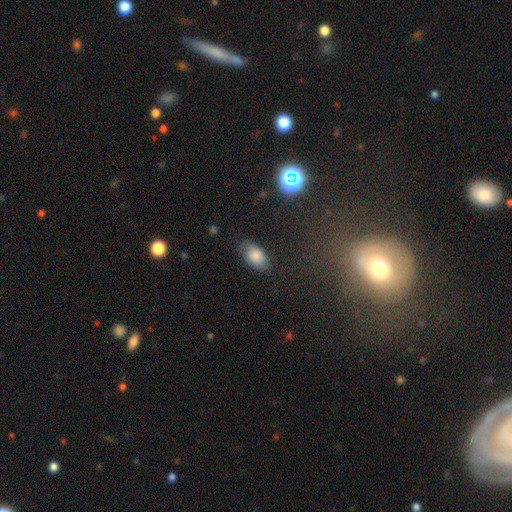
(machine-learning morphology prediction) smooth-or-featured: smooth: 84% | star or artifact: 8% | featured or disk: 8%
  how-rounded: in between: 93% | round: 6% | cigar-shaped: 2%
  merging: none: 76% | minor disturbance: 18% | major disturbance: 4% | merger: 1%